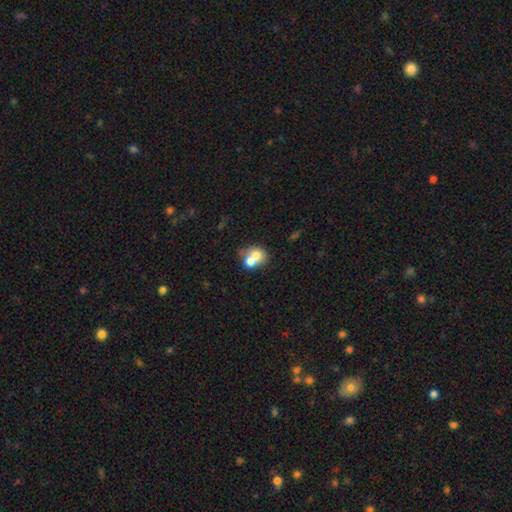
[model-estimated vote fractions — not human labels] The model was most divided on "how rounded": round: 65%, in between: 34%, cigar-shaped: 1%. More confident: smooth or featured — smooth (66%); merging — merger (63%).